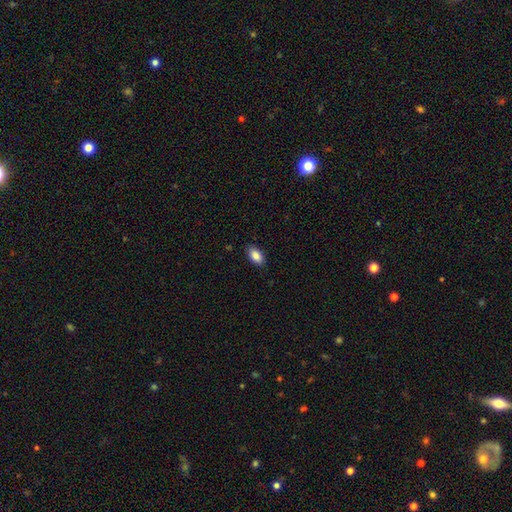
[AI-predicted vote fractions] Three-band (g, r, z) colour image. It shows a smooth galaxy with no disk features (87%) that is in between round and cigar-shaped (92%). Merging: none (88%).